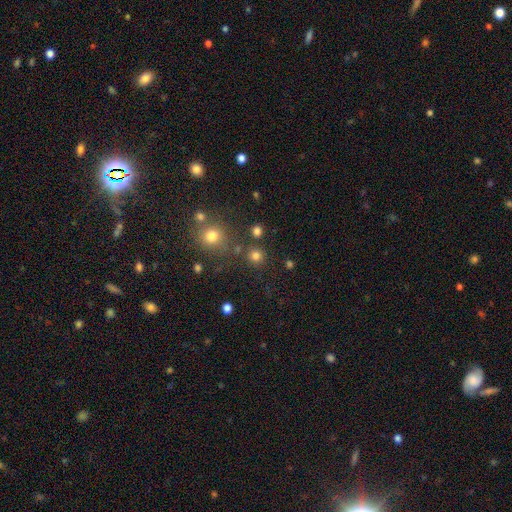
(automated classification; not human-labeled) Smooth or featured? smooth (78%)
How rounded? round (92%)
Merging? none (82%)